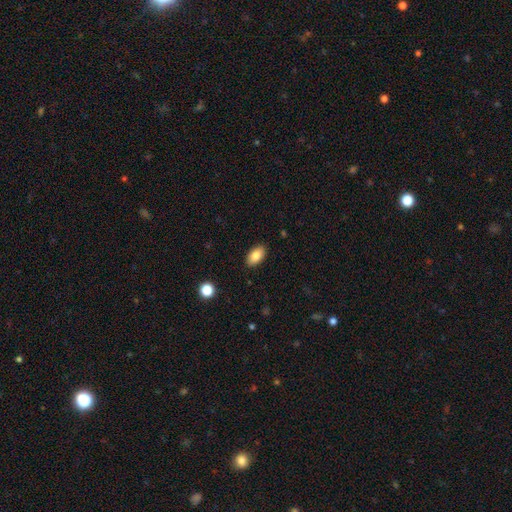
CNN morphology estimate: Smooth or featured? Predicted: smooth (p=0.84). How rounded? Predicted: in between (p=0.93). Merging? Predicted: none (p=0.88).